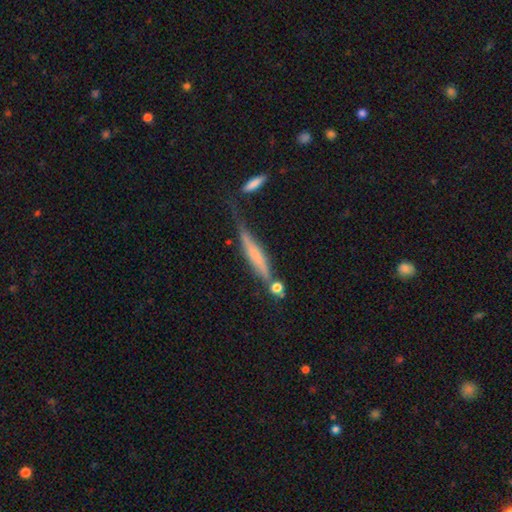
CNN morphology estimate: smooth-or-featured: featured or disk: 49% | smooth: 42% | star or artifact: 9%
  merging: none: 45% | minor disturbance: 25% | merger: 15% | major disturbance: 15%